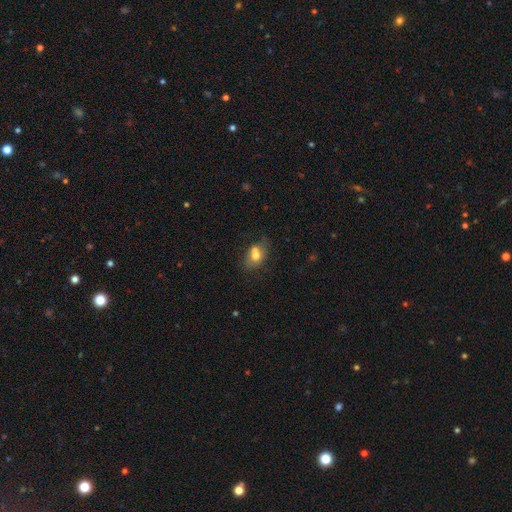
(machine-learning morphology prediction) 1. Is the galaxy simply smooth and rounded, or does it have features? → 66% smooth, 23% featured or disk, 10% star or artifact.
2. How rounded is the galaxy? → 67% in between, 31% round, 2% cigar-shaped.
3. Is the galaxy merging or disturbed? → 45% merger, 35% none, 14% minor disturbance, 6% major disturbance.